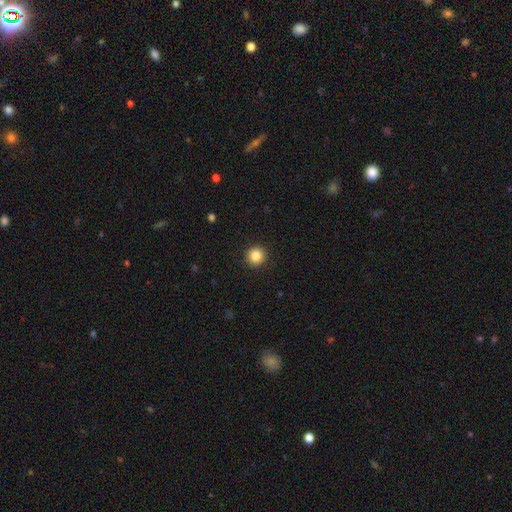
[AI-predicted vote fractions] A smooth galaxy with no disk features (85%) that is round (95%). Merging: none (93%).